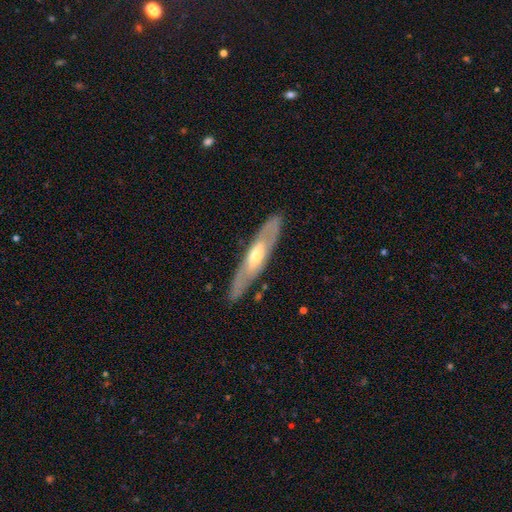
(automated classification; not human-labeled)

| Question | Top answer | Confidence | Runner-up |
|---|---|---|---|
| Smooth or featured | featured or disk | 69% | smooth (26%) |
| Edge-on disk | yes | 51% | no (49%) |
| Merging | none | 85% | minor disturbance (11%) |